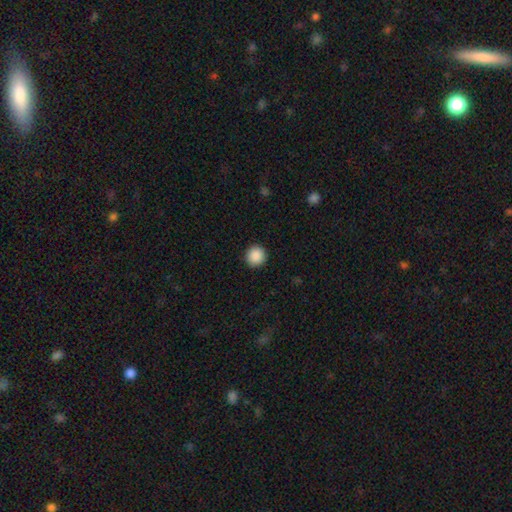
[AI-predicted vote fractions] Smooth or featured: smooth — 89% (star or artifact — 8%)
How rounded: round — 95% (in between — 4%)
Merging: none — 92% (minor disturbance — 5%)